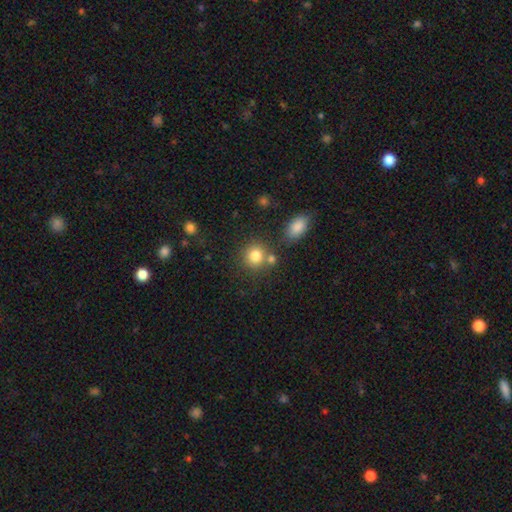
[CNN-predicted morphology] Smooth or featured? smooth (82%)
How rounded? round (84%)
Merging? none (67%)